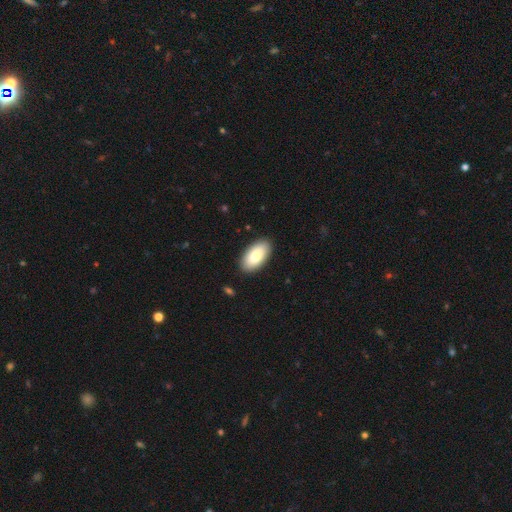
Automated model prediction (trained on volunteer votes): Smooth or featured? smooth (80%)
How rounded? in between (95%)
Merging? none (89%)